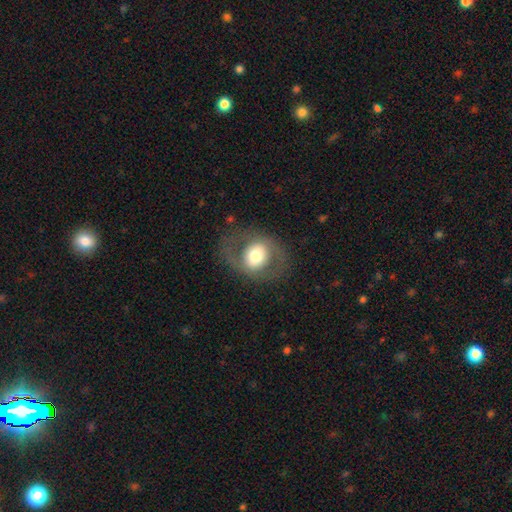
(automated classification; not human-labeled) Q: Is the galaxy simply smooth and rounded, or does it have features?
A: smooth — 47%.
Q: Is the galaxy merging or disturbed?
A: none — 73%.